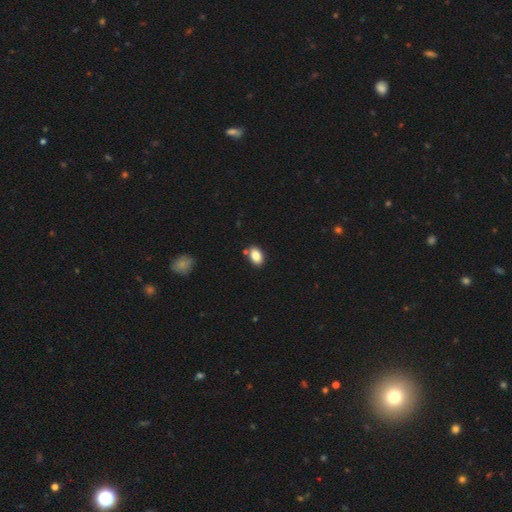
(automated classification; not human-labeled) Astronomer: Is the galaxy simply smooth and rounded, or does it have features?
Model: smooth — 86%.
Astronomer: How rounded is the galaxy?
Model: in between — 88%.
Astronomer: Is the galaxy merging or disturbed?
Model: none — 82%.